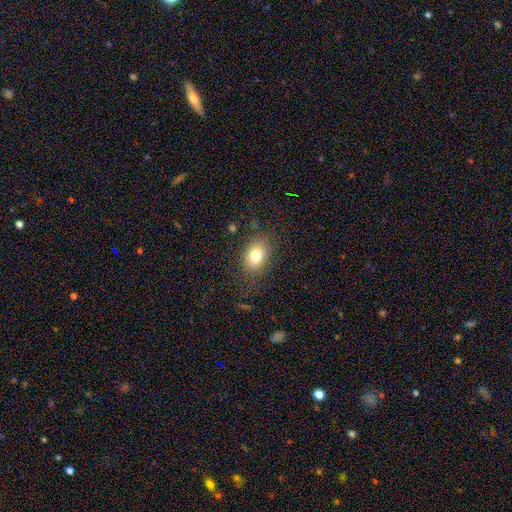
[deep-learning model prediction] The model was most divided on "how rounded": in between: 69%, round: 30%, cigar-shaped: 1%. More confident: merging — none (81%); smooth or featured — smooth (78%).